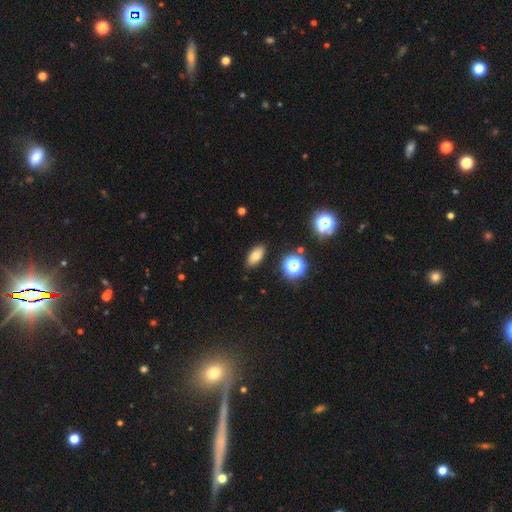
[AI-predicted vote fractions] A smooth galaxy with no disk features (77%) that is in between round and cigar-shaped (87%).

Vote fractions:
- Smooth or featured? smooth: 77% / star or artifact: 14% / featured or disk: 9%
- How rounded? in between: 87% / round: 7% / cigar-shaped: 6%
- Merging? none: 88% / minor disturbance: 8% / major disturbance: 2% / merger: 2%